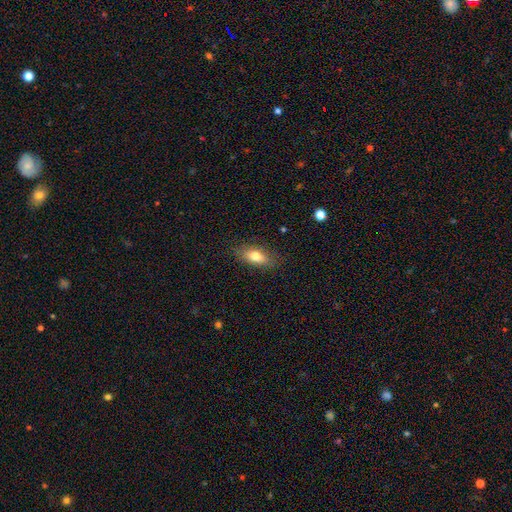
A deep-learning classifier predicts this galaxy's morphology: Overall: smooth (74%). How rounded: in between (78%). Merging: none (81%).